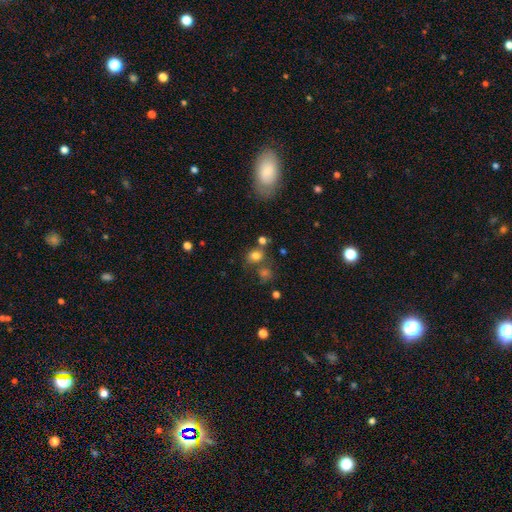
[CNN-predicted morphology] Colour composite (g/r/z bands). It shows a smooth galaxy with no disk features (75%) that is round (68%). Merging: none (58%).